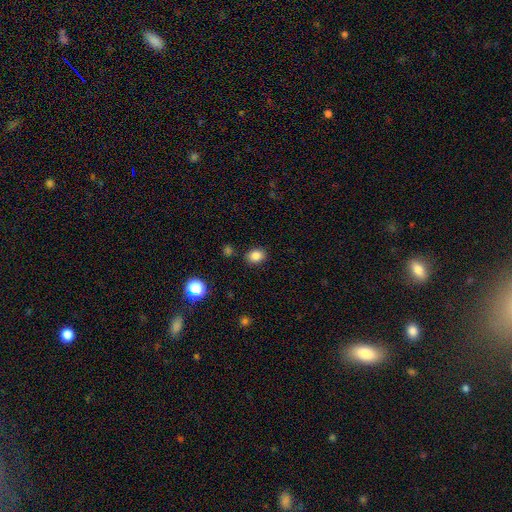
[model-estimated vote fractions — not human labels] smooth_or_featured: smooth (p=0.84) [alt: star or artifact p=0.11]
how_rounded: in between (p=0.55) [alt: round p=0.44]
merging: none (p=0.85) [alt: minor disturbance p=0.10]